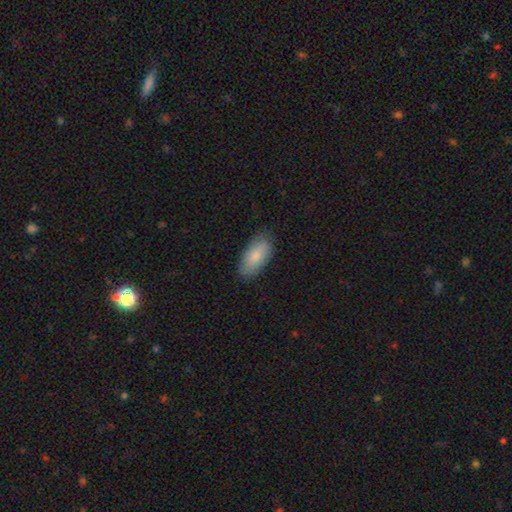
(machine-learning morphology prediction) The model was most divided on "merging": none: 80%, minor disturbance: 16%, major disturbance: 3%, merger: 1%. More confident: how rounded — in between (92%); smooth or featured — smooth (83%).